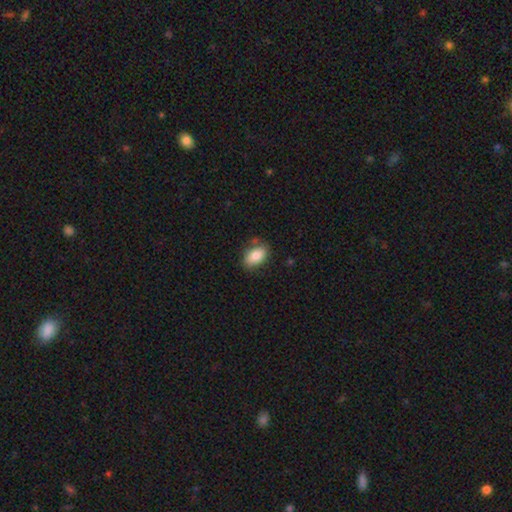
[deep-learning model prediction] Q: Smooth or featured?
A: smooth (82%); runner-up: featured or disk (11%)
Q: How rounded?
A: in between (90%); runner-up: round (8%)
Q: Merging?
A: none (73%); runner-up: minor disturbance (19%)